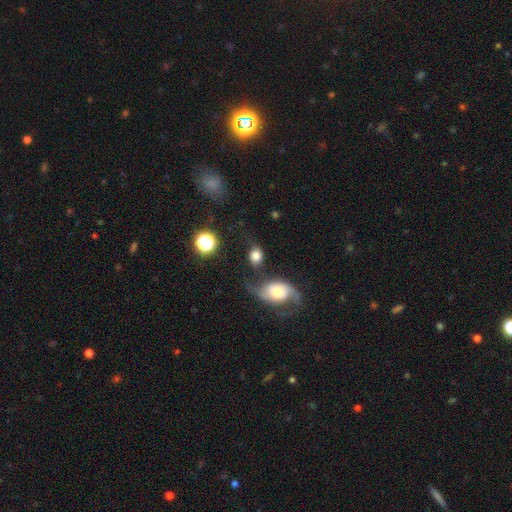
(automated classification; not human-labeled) Smooth or featured? Predicted: smooth (p=0.66). How rounded? Predicted: in between (p=0.52). Merging? Predicted: none (p=0.46).